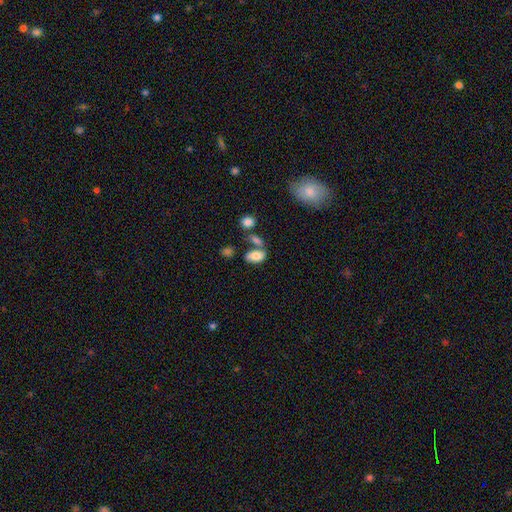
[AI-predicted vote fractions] Morphology: type=smooth (77%); roundness=in between (90%); merging=none (49%).